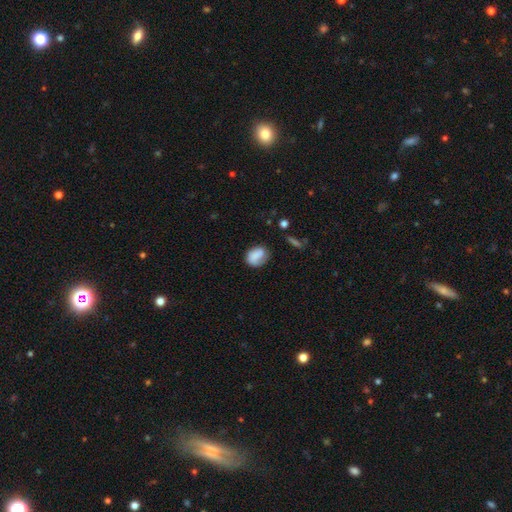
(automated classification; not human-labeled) Overall: smooth (71%). How rounded: in between (63%; round 35%). Merging: none (57%; minor disturbance 26%).